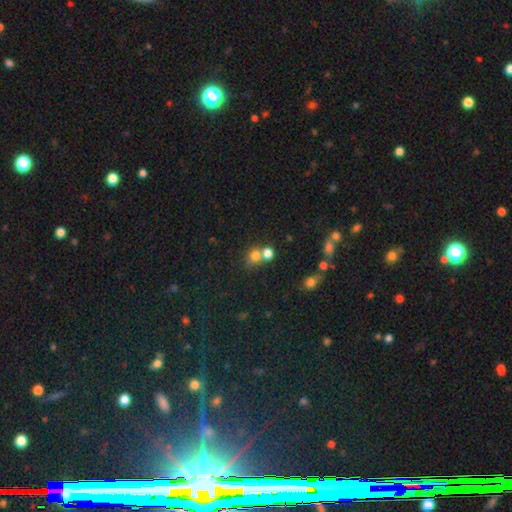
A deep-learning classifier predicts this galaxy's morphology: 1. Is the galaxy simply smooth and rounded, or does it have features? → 75% smooth, 16% star or artifact, 9% featured or disk.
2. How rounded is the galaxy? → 73% round, 26% in between, 1% cigar-shaped.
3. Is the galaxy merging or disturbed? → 45% none, 42% merger, 9% minor disturbance, 4% major disturbance.